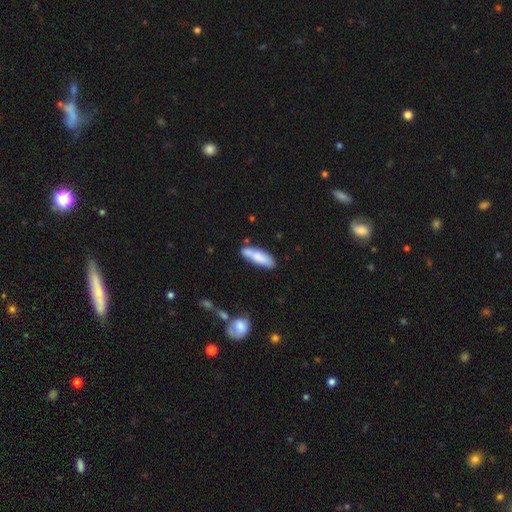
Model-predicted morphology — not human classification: This appears to be a smooth galaxy with no disk features (75%) that is cigar-shaped (53%). Merging: none (66%).